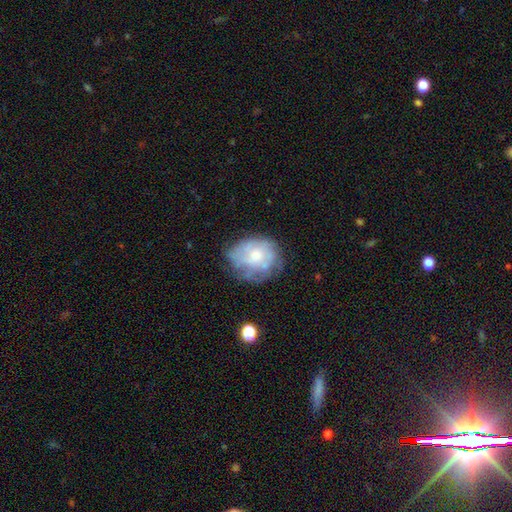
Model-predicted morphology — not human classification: Smooth or featured: featured or disk — 52% (smooth — 39%)
Edge-on disk: no — 97% (yes — 3%)
Bar: no — 85% (weak — 14%)
Spiral arms: no — 55% (yes — 45%)
Bulge size: moderate — 49% (small — 41%)
Merging: none — 55% (minor disturbance — 27%)